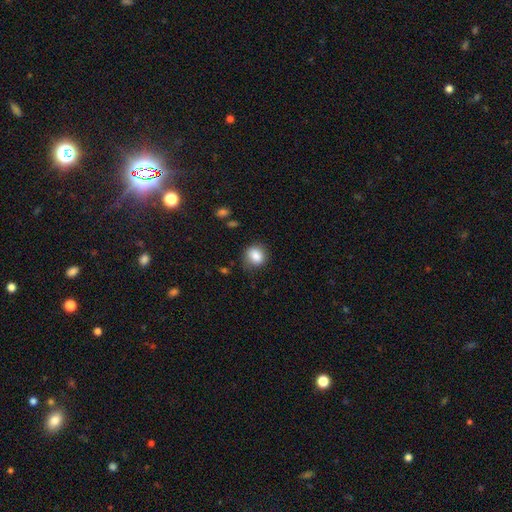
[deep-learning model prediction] Smooth or featured?
  - smooth: 85% *
  - star or artifact: 9%
  - featured or disk: 6%
How rounded?
  - round: 67% *
  - in between: 32%
  - cigar-shaped: 1%
Merging?
  - none: 76% *
  - minor disturbance: 18%
  - major disturbance: 5%
  - merger: 2%